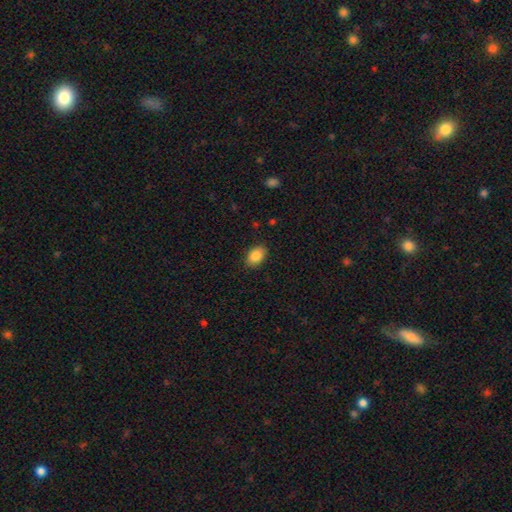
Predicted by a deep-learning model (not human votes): Q: Smooth or featured?
A: smooth (87%); runner-up: star or artifact (8%)
Q: How rounded?
A: in between (82%); runner-up: round (17%)
Q: Merging?
A: none (87%); runner-up: minor disturbance (10%)